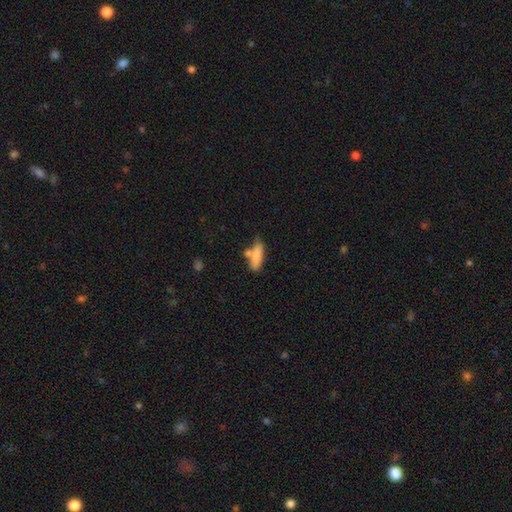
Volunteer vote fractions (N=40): smooth 82%, featured or disk 12%, star or artifact 5%. Down the decision tree: how rounded — in between (55%); merging — none (53%).